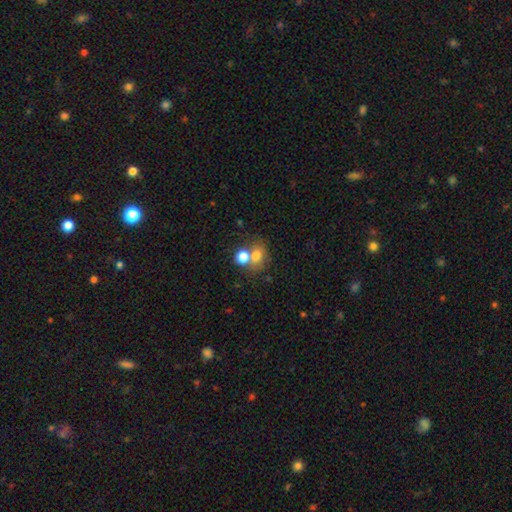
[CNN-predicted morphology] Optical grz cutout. It shows a smooth galaxy with no disk features (73%) that is round (61%). Merging: merger (49%).